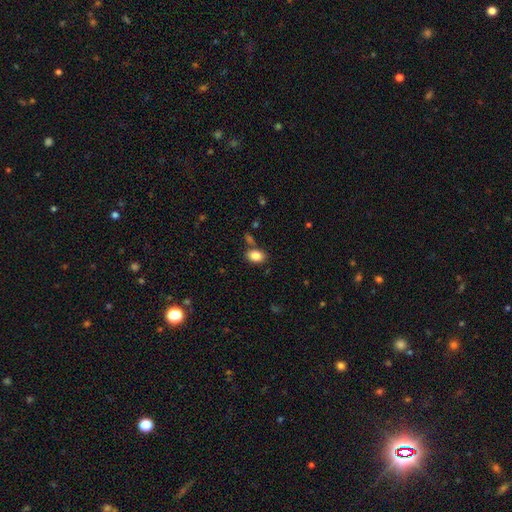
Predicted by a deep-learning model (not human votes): smooth-or-featured: smooth: 85% | star or artifact: 9% | featured or disk: 7%
  how-rounded: in between: 83% | round: 15% | cigar-shaped: 1%
  merging: none: 74% | minor disturbance: 13% | merger: 10% | major disturbance: 4%